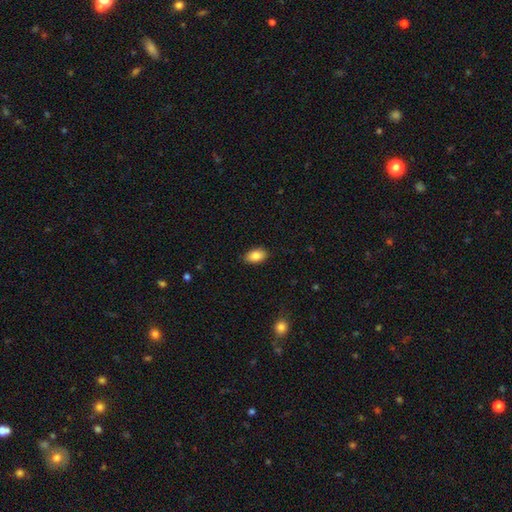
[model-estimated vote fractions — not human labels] smooth 85%, star or artifact 7%, featured or disk 7%. Down the decision tree: how rounded — in between (93%); merging — none (88%).